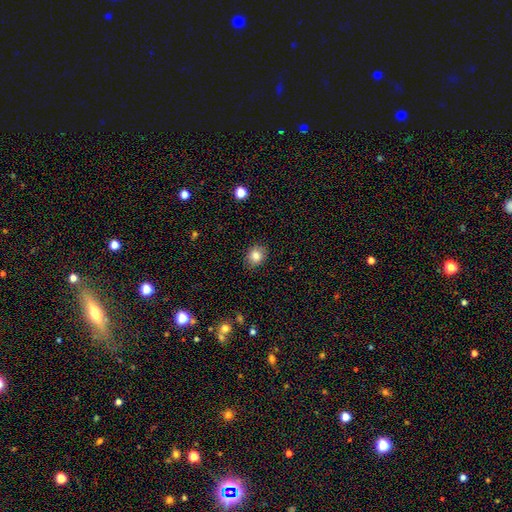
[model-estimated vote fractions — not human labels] Smooth or featured: smooth — 83% (star or artifact — 10%)
How rounded: round — 60% (in between — 39%)
Merging: none — 86% (minor disturbance — 10%)